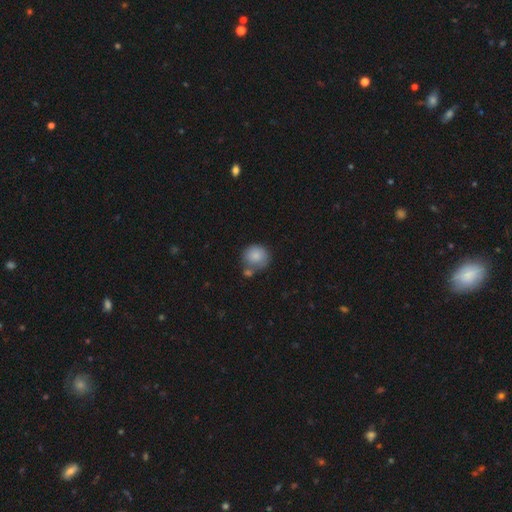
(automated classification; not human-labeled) Q: Smooth or featured?
A: smooth (84%); runner-up: featured or disk (8%)
Q: How rounded?
A: round (87%); runner-up: in between (12%)
Q: Merging?
A: none (56%); runner-up: merger (22%)